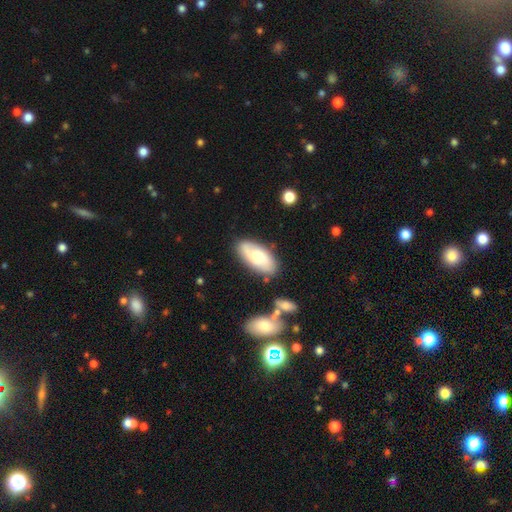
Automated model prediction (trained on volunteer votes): This is possibly a smooth galaxy (60%). How rounded: clearly in between (90%). Merging: likely none (77%).